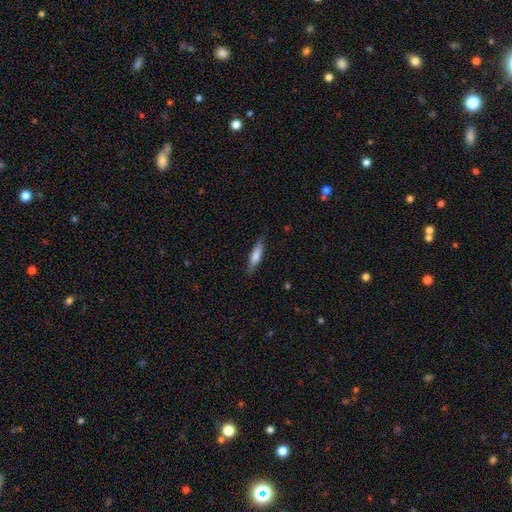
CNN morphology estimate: Q: Smooth or featured?
A: smooth (69%); runner-up: featured or disk (25%)
Q: How rounded?
A: cigar-shaped (73%); runner-up: in between (25%)
Q: Merging?
A: none (83%); runner-up: minor disturbance (13%)